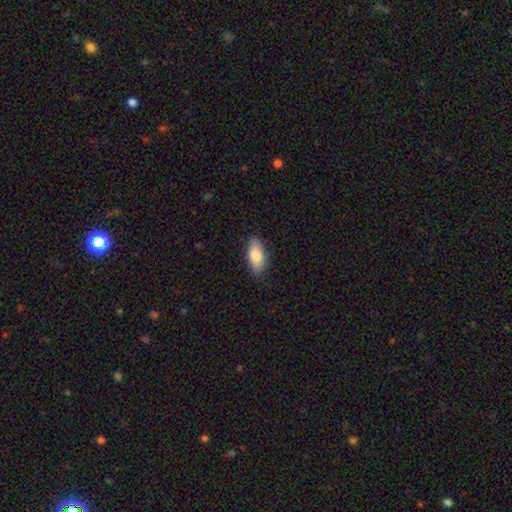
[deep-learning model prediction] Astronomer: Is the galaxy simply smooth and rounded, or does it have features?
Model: smooth — 84%.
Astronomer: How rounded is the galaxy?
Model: in between — 88%.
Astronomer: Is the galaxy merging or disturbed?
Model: none — 83%.